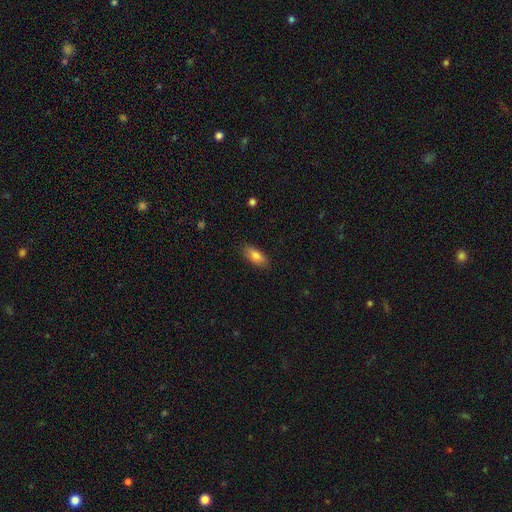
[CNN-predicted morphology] This is clearly a smooth galaxy (83%). How rounded: clearly in between (83%). Merging: clearly none (86%).